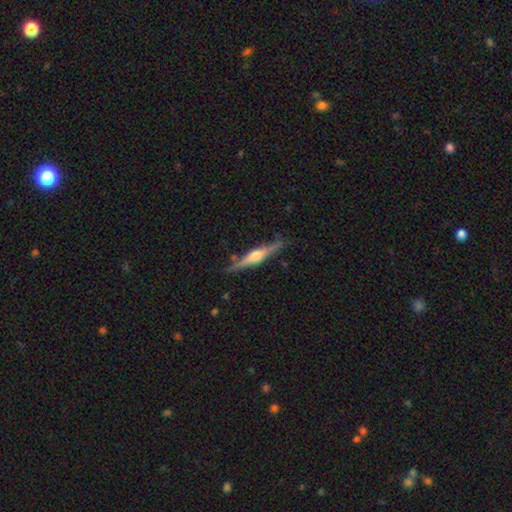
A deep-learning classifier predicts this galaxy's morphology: Smooth or featured? featured or disk (74%)
Edge-on disk? yes (97%)
Edge-on bulge? rounded (87%)
Merging? none (82%)